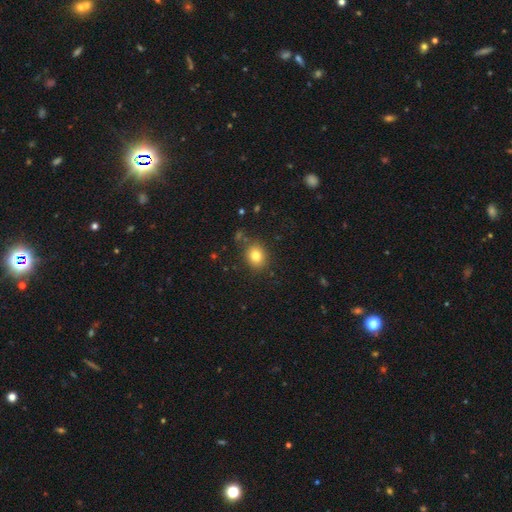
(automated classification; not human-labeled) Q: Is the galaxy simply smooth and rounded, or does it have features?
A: smooth — 80%.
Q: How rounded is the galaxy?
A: round — 57%.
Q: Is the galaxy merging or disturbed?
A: none — 83%.